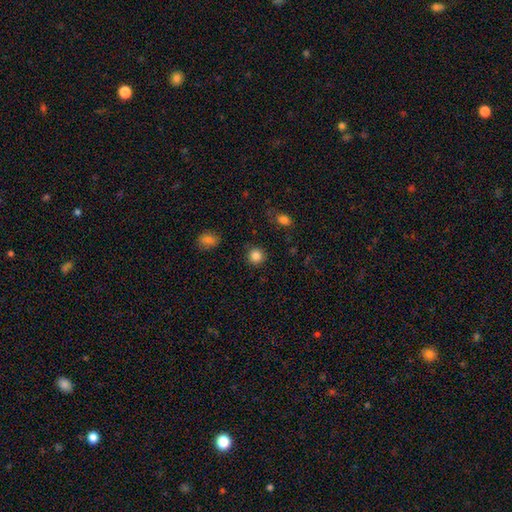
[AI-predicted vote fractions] Overall: smooth (85%). How rounded: round (93%). Merging: none (90%).